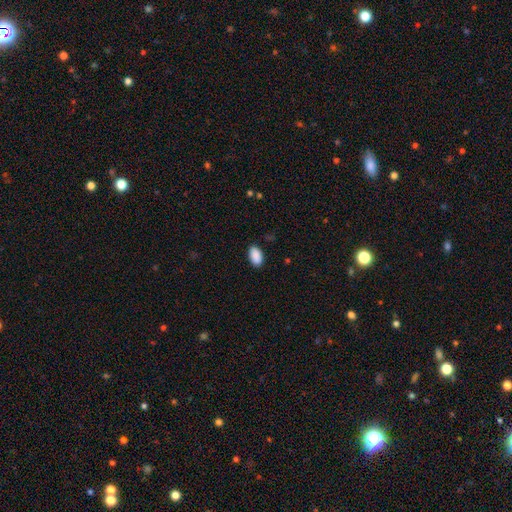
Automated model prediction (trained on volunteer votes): Smooth or featured? smooth (91%)
How rounded? in between (95%)
Merging? none (88%)